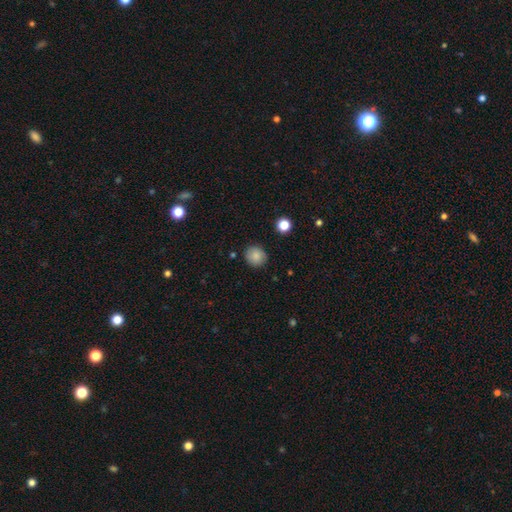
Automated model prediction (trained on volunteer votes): smooth-or-featured: smooth: 85% | star or artifact: 9% | featured or disk: 6%
  how-rounded: round: 87% | in between: 12% | cigar-shaped: 1%
  merging: none: 87% | minor disturbance: 9% | major disturbance: 2% | merger: 1%